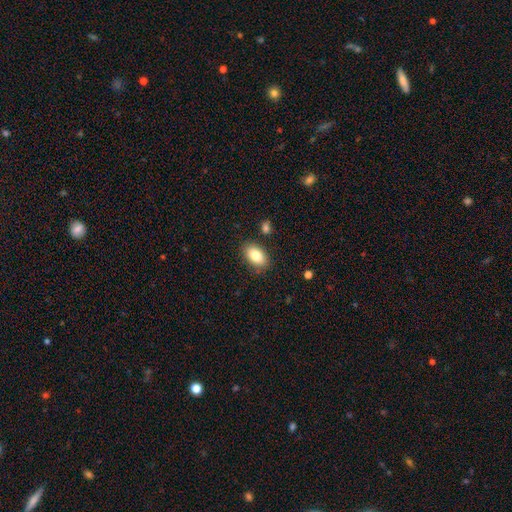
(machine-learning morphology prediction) smooth_or_featured: smooth (p=0.83) [alt: featured or disk p=0.09]
how_rounded: in between (p=0.90) [alt: round p=0.08]
merging: none (p=0.85) [alt: minor disturbance p=0.10]